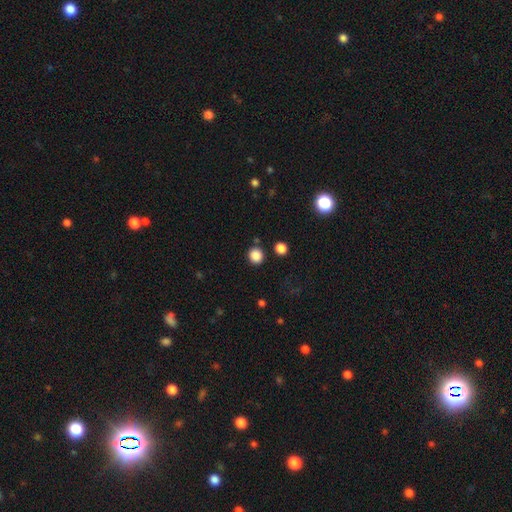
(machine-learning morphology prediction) This appears to be a smooth galaxy with no disk features (86%) that is round (90%). Merging: none (87%).